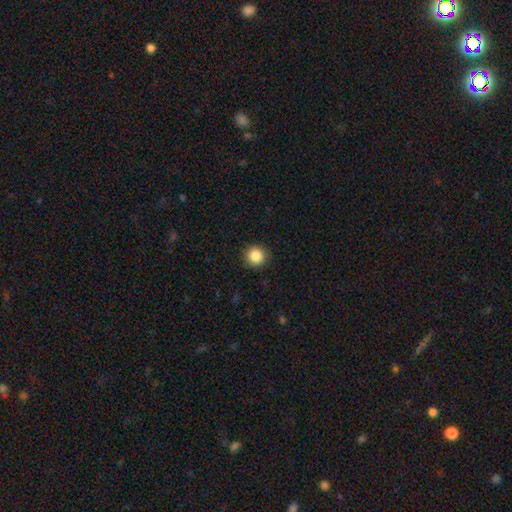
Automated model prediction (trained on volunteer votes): The model was most divided on "smooth or featured": smooth: 87%, star or artifact: 10%, featured or disk: 4%. More confident: how rounded — round (93%); merging — none (92%).